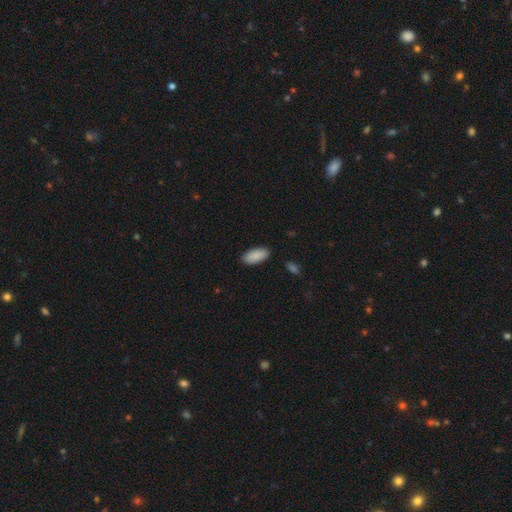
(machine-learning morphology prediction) type=smooth (90%); roundness=in between (90%); merging=none (88%).